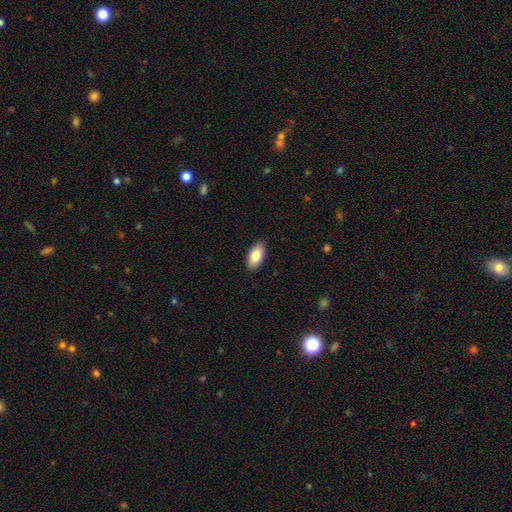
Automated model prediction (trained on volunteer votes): The model was most divided on "smooth or featured": smooth: 82%, featured or disk: 11%, star or artifact: 6%. More confident: how rounded — in between (94%); merging — none (89%).